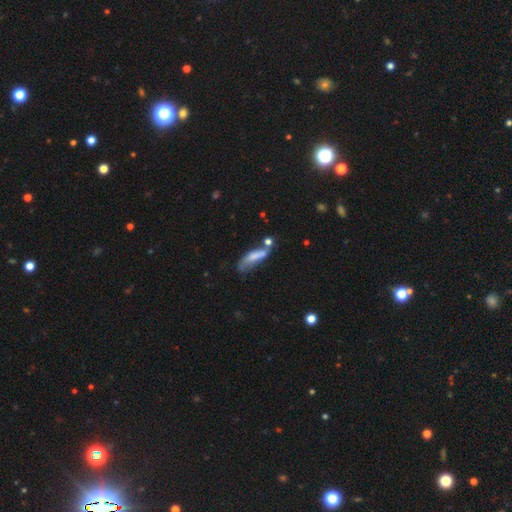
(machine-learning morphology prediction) Smooth or featured?
  - smooth: 62% *
  - featured or disk: 29%
  - star or artifact: 9%
How rounded?
  - cigar-shaped: 54% *
  - in between: 44%
  - round: 2%
Merging?
  - none: 30% *
  - minor disturbance: 26%
  - merger: 24%
  - major disturbance: 20%